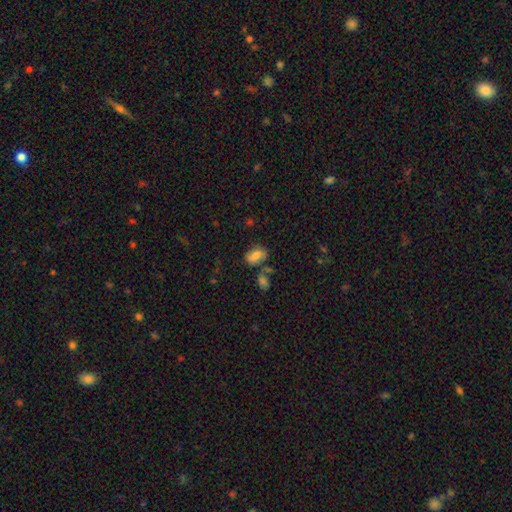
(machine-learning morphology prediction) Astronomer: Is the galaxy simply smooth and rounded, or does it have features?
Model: smooth — 69%.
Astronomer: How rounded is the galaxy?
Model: in between — 79%.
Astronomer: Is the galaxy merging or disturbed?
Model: none — 60%.